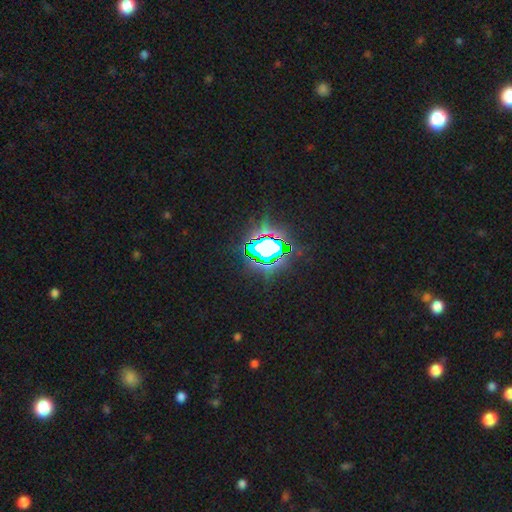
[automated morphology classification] This is likely a star or artifact rather than a galaxy (76%).